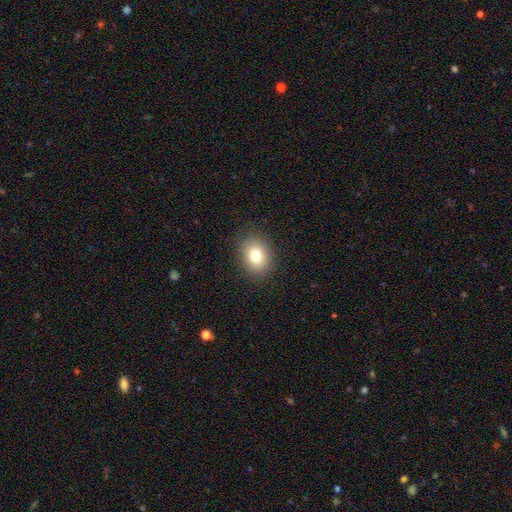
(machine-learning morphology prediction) smooth_or_featured: smooth (p=0.78) [alt: star or artifact p=0.12]
how_rounded: in between (p=0.54) [alt: round p=0.45]
merging: none (p=0.89) [alt: minor disturbance p=0.08]